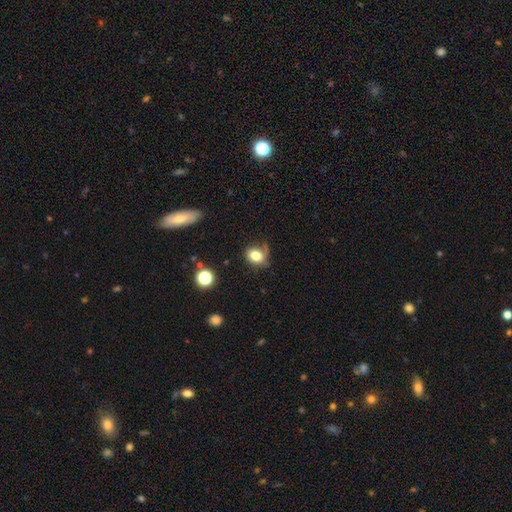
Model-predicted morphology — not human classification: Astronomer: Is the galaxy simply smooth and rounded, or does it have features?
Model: smooth — 80%.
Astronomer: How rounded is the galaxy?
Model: round — 50% (runner-up: in between, 49%).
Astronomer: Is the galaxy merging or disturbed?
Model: none — 61%.